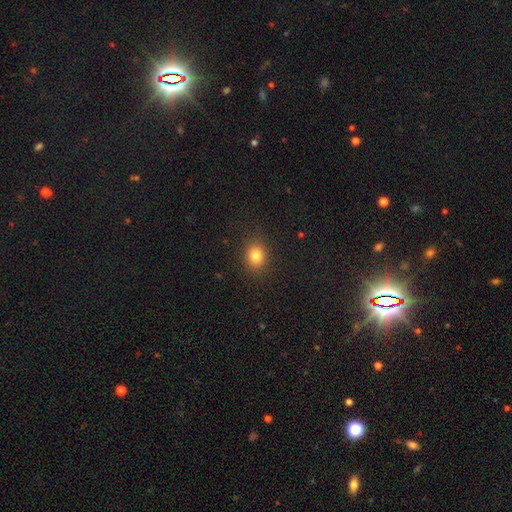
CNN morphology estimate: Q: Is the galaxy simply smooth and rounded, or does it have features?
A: smooth — 82%.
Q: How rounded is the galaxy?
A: round — 62%.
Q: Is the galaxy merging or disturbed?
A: none — 87%.